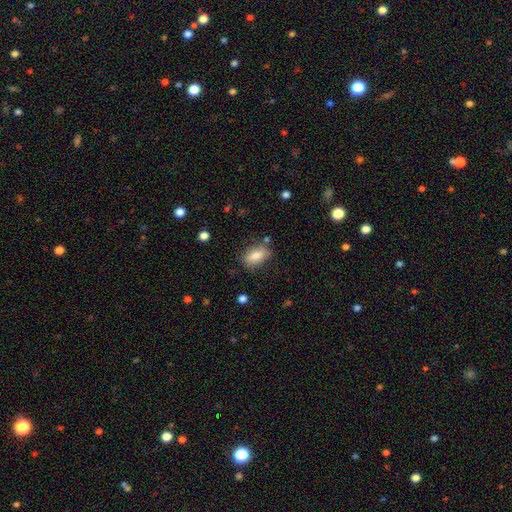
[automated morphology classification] A smooth galaxy with no disk features (81%) that is in between round and cigar-shaped (88%).

Vote fractions:
- Smooth or featured? smooth: 81% / featured or disk: 11% / star or artifact: 8%
- How rounded? in between: 88% / round: 7% / cigar-shaped: 5%
- Merging? none: 78% / minor disturbance: 15% / merger: 4% / major disturbance: 4%